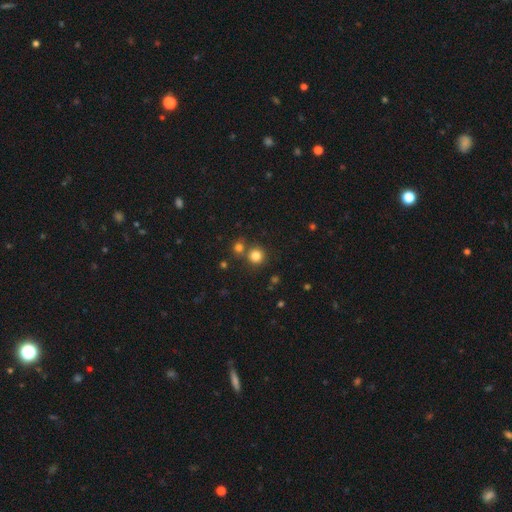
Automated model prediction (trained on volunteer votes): The model was most divided on "merging": none: 73%, merger: 17%, minor disturbance: 7%, major disturbance: 3%. More confident: how rounded — round (93%); smooth or featured — smooth (81%).